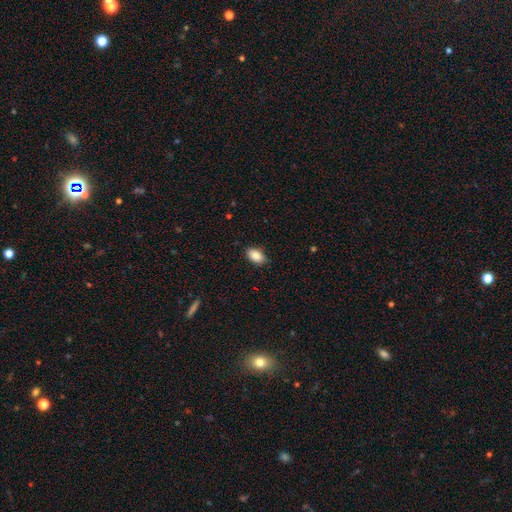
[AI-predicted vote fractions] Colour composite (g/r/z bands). It shows a smooth galaxy with no disk features (87%) that is in between round and cigar-shaped (90%). Merging: none (85%).